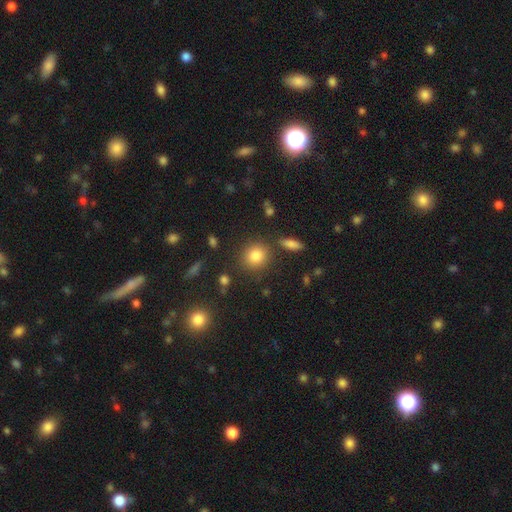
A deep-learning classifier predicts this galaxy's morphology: This appears to be a smooth galaxy with no disk features (83%) that is round (79%). Merging: none (81%).